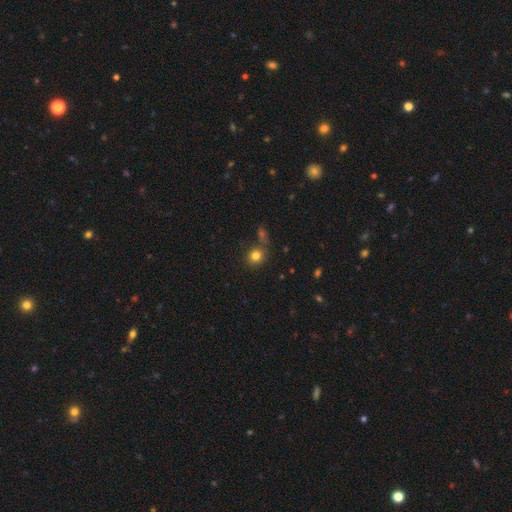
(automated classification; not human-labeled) A smooth galaxy with no disk features (81%) that is round (84%).

Vote fractions:
- Smooth or featured? smooth: 81% / star or artifact: 12% / featured or disk: 6%
- How rounded? round: 84% / in between: 15% / cigar-shaped: 1%
- Merging? none: 72% / merger: 13% / minor disturbance: 11% / major disturbance: 4%